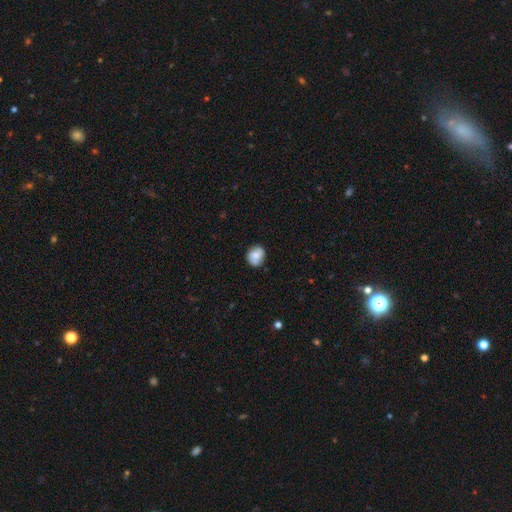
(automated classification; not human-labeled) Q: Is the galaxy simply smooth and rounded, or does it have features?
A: smooth — 74%.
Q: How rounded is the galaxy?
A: round — 64%.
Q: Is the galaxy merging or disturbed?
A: none — 78%.